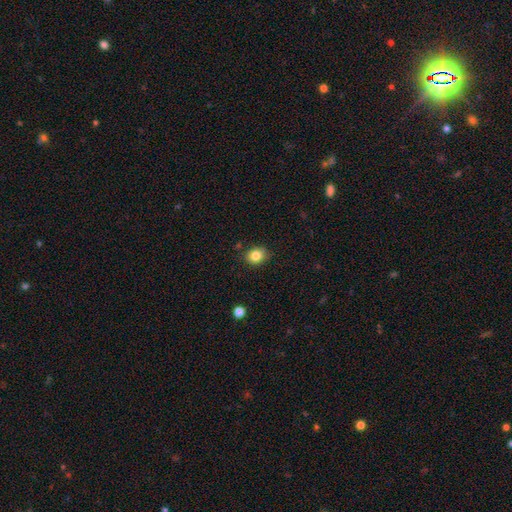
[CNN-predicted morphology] Smooth or featured? Predicted: smooth (p=0.83). How rounded? Predicted: round (p=0.65). Merging? Predicted: none (p=0.83).